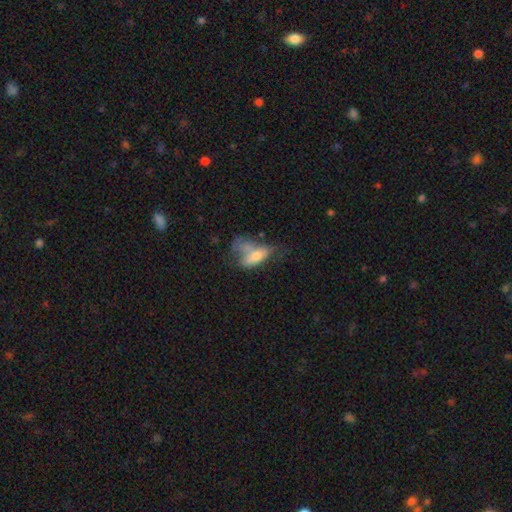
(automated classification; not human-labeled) Q: Smooth or featured?
A: smooth (59%); runner-up: featured or disk (32%)
Q: How rounded?
A: in between (81%); runner-up: cigar-shaped (12%)
Q: Merging?
A: major disturbance (33%); runner-up: merger (28%)